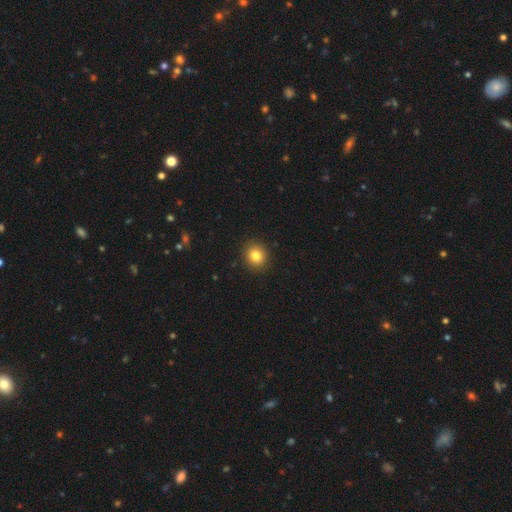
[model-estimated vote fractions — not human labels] Smooth or featured? Predicted: smooth (p=0.82). How rounded? Predicted: round (p=0.83). Merging? Predicted: none (p=0.91).